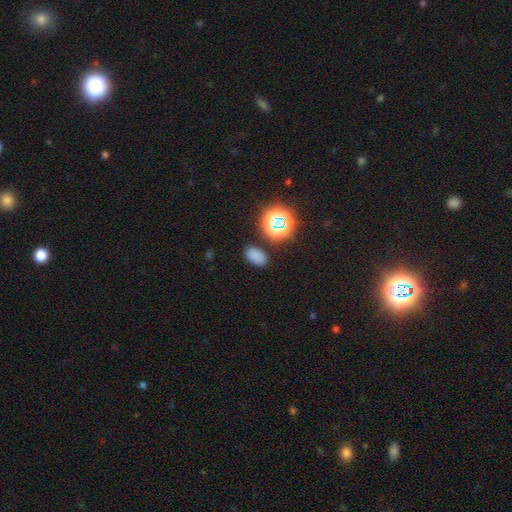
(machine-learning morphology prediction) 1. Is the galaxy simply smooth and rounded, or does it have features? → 75% smooth, 21% star or artifact, 5% featured or disk.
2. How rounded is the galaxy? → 87% in between, 11% round, 2% cigar-shaped.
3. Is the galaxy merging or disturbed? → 85% none, 10% minor disturbance, 3% merger, 3% major disturbance.